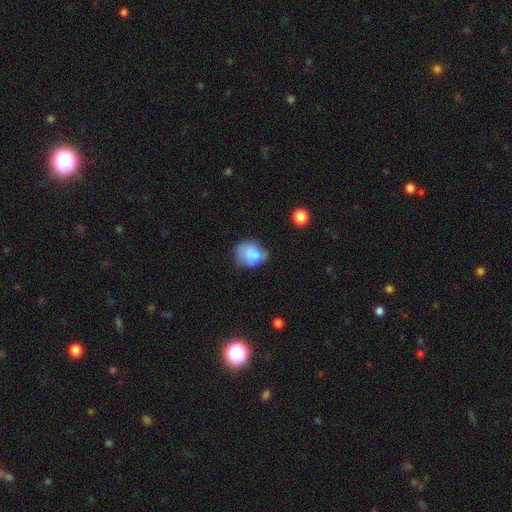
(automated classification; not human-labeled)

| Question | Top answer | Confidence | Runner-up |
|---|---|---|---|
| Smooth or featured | smooth | 73% | featured or disk (17%) |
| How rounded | in between | 55% | round (44%) |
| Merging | minor disturbance | 37% | none (32%) |